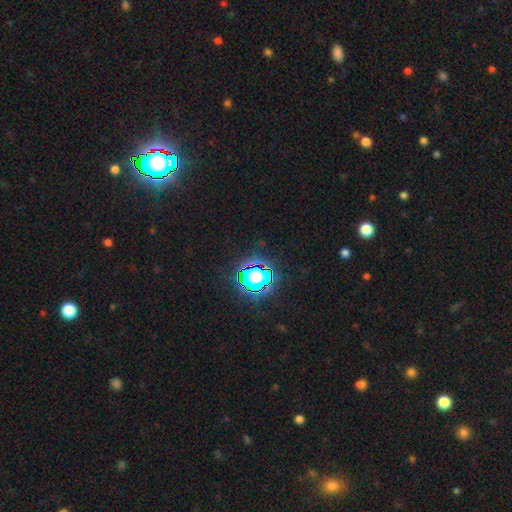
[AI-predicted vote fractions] Smooth or featured: star or artifact — 82% (smooth — 11%)